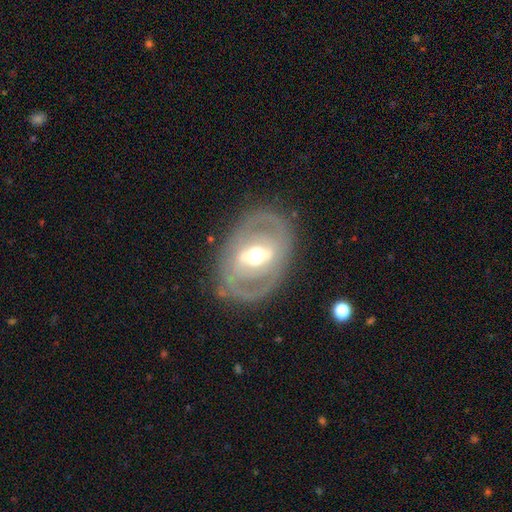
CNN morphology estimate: smooth_or_featured: featured or disk (p=0.74) [alt: smooth p=0.20]
disk_edge_on: no (p=0.92) [alt: yes p=0.08]
bar: strong (p=0.43) [alt: weak p=0.33]
has_spiral_arms: no (p=0.55) [alt: yes p=0.45]
bulge_size: moderate (p=0.68) [alt: large p=0.18]
merging: none (p=0.78) [alt: minor disturbance p=0.13]